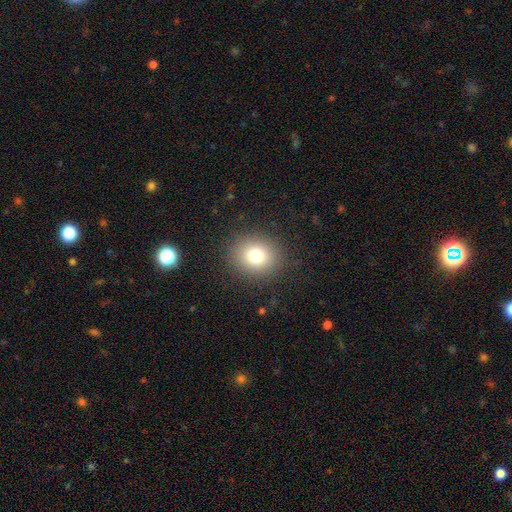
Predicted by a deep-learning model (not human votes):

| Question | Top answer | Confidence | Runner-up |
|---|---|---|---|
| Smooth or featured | smooth | 77% | star or artifact (13%) |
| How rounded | round | 77% | in between (22%) |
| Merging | none | 88% | minor disturbance (7%) |